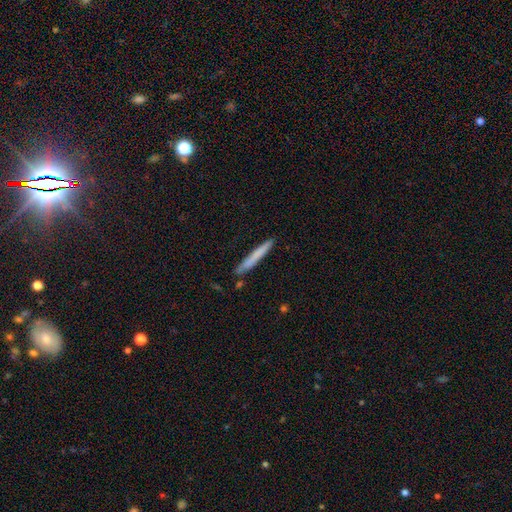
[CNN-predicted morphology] The model was most divided on "smooth or featured": smooth: 70%, featured or disk: 24%, star or artifact: 6%. More confident: how rounded — cigar-shaped (97%); merging — none (86%).